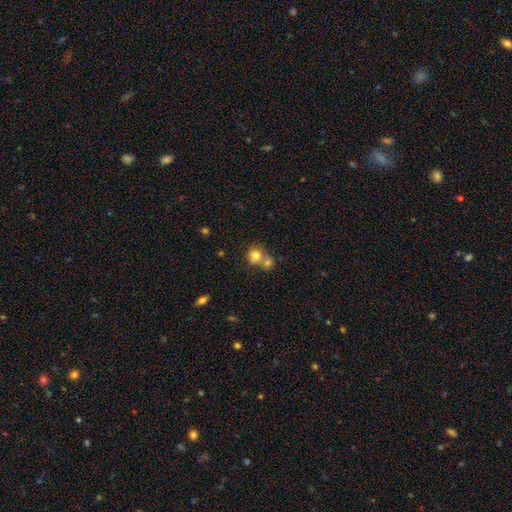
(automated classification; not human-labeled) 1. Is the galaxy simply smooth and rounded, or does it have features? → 75% smooth, 14% featured or disk, 11% star or artifact.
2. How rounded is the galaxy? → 78% round, 21% in between, 1% cigar-shaped.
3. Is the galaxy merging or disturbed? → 56% merger, 34% none, 7% minor disturbance, 3% major disturbance.